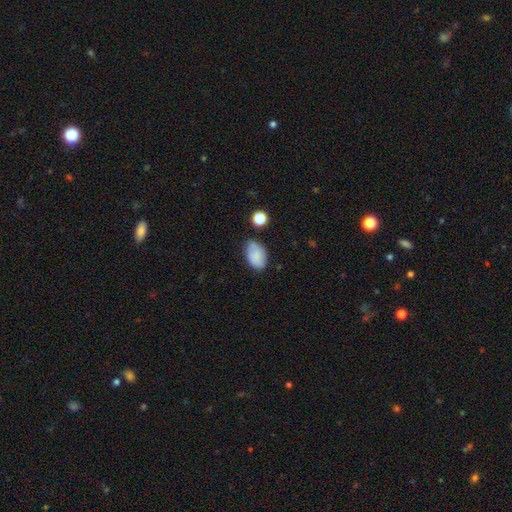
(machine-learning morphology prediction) Smooth or featured?
  - smooth: 77% *
  - featured or disk: 14%
  - star or artifact: 9%
How rounded?
  - in between: 89% *
  - round: 10%
  - cigar-shaped: 1%
Merging?
  - none: 65% *
  - minor disturbance: 24%
  - major disturbance: 6%
  - merger: 5%